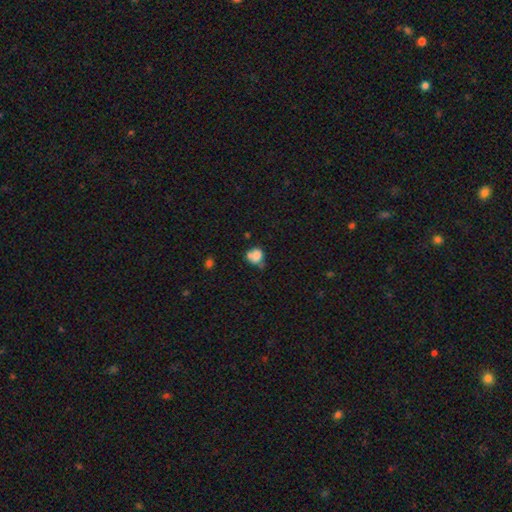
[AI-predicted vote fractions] smooth_or_featured: smooth (p=0.71) [alt: featured or disk p=0.17]
how_rounded: round (p=0.58) [alt: in between p=0.41]
merging: none (p=0.32) [alt: merger p=0.27]